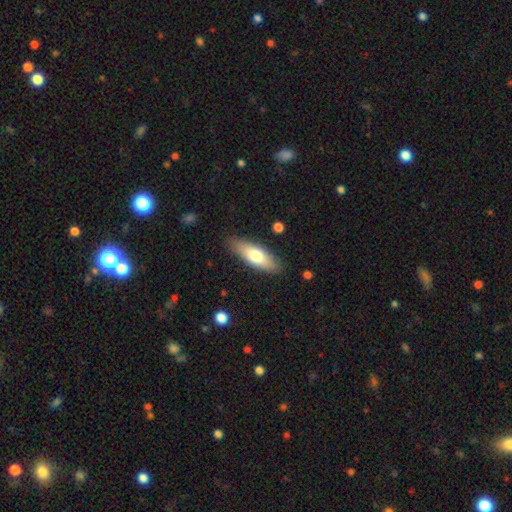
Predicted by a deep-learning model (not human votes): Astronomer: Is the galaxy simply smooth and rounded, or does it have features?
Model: smooth — 67%.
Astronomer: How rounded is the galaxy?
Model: in between — 60% (runner-up: cigar-shaped, 38%).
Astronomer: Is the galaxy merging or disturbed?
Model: none — 87%.